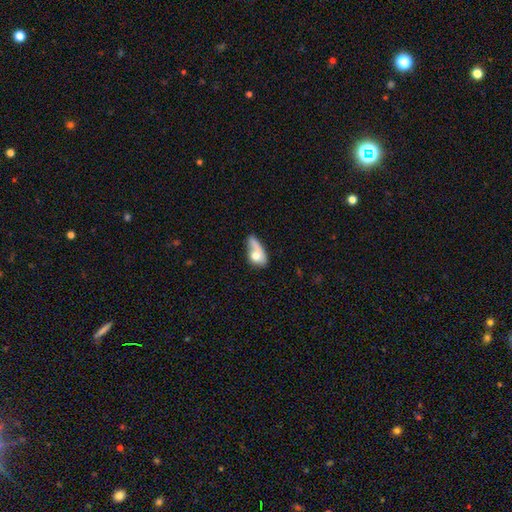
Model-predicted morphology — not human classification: Overall: smooth (65%; featured or disk 27%). How rounded: in between (73%). Merging: merger (29%, tied with major disturbance).